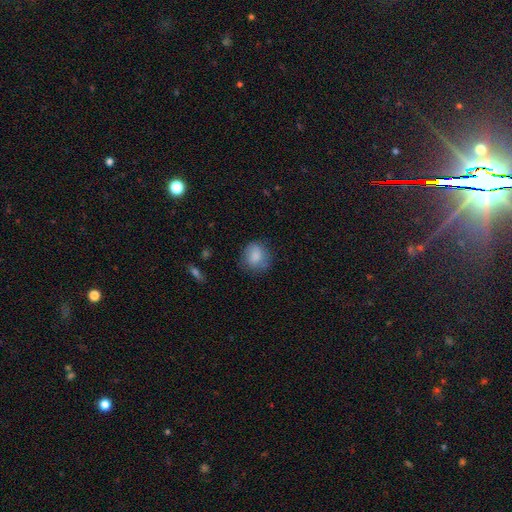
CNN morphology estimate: type=smooth (82%); roundness=round (74%); merging=none (73%).